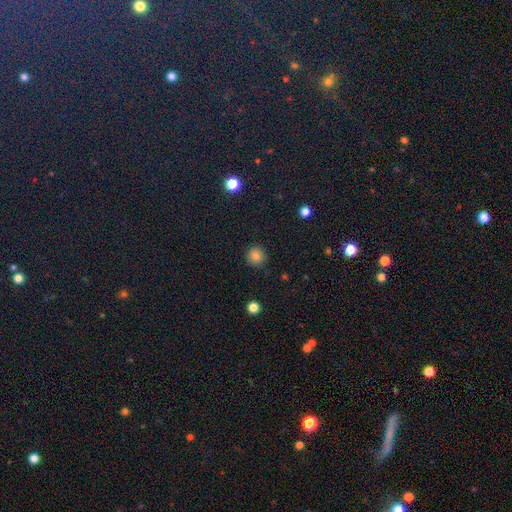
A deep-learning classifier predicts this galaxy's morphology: smooth-or-featured: smooth: 83% | star or artifact: 12% | featured or disk: 5%
  how-rounded: round: 93% | in between: 6% | cigar-shaped: 1%
  merging: none: 89% | minor disturbance: 8% | major disturbance: 2% | merger: 1%